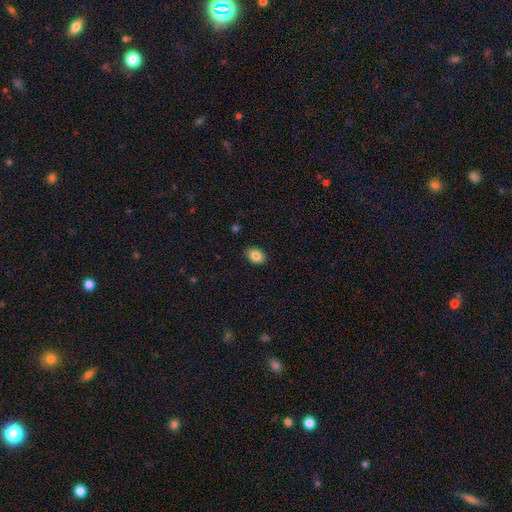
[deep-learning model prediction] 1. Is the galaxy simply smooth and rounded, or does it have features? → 85% smooth, 8% star or artifact, 7% featured or disk.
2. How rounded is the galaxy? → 81% in between, 18% round, 1% cigar-shaped.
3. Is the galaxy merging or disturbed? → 89% none, 8% minor disturbance, 2% major disturbance, 1% merger.